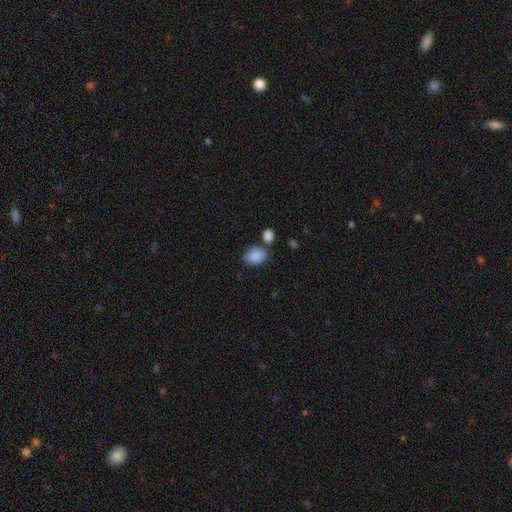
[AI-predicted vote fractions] smooth 86%, star or artifact 7%, featured or disk 7%. Down the decision tree: how rounded — in between (73%); merging — none (58%).